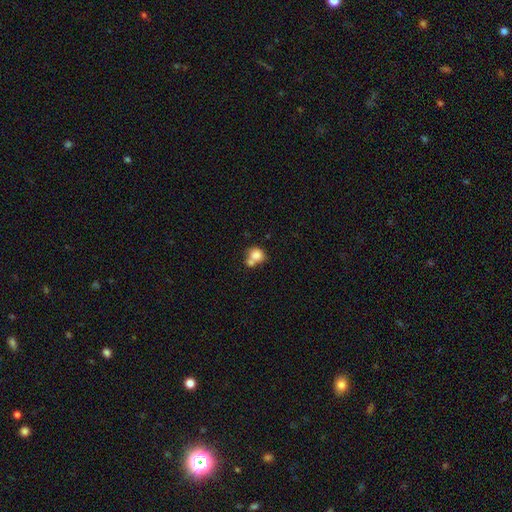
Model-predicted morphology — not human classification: Q: Smooth or featured?
A: smooth (80%); runner-up: featured or disk (10%)
Q: How rounded?
A: round (71%); runner-up: in between (28%)
Q: Merging?
A: merger (52%); runner-up: none (34%)